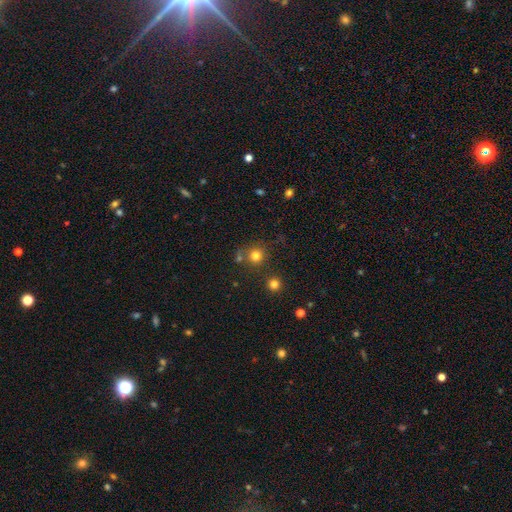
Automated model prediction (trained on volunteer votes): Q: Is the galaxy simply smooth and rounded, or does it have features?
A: smooth — 77%.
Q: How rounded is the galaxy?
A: round — 91%.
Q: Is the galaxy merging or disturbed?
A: none — 74%.